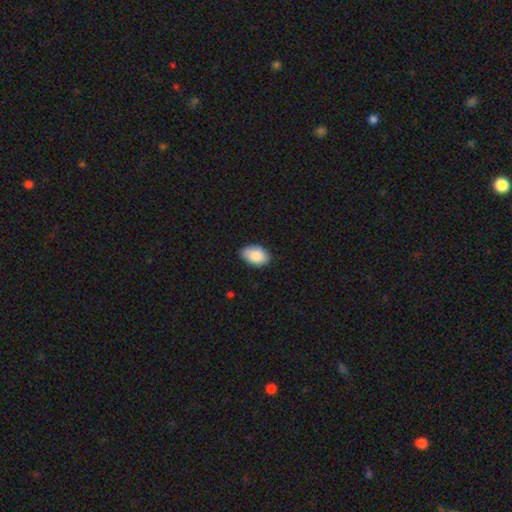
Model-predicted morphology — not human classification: Smooth or featured? Predicted: smooth (p=0.88). How rounded? Predicted: in between (p=0.91). Merging? Predicted: none (p=0.85).